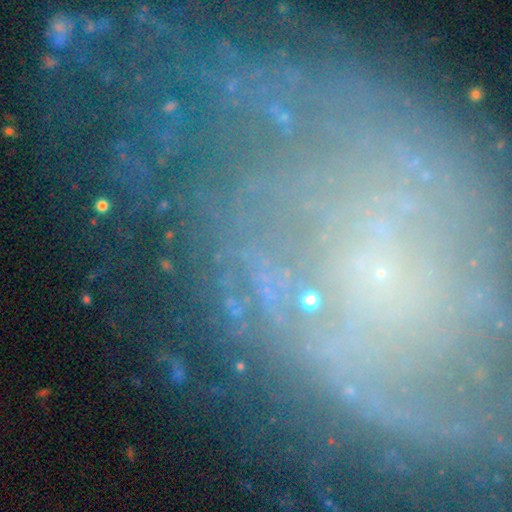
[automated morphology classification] Q: Smooth or featured?
A: star or artifact (62%); runner-up: featured or disk (25%)